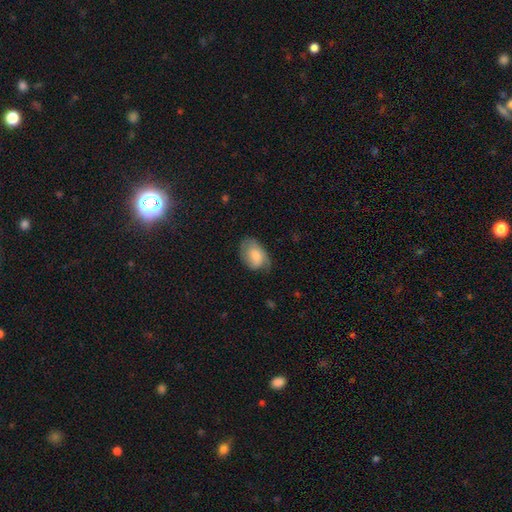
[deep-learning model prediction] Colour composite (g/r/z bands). It shows a smooth galaxy with no disk features (66%) that is in between round and cigar-shaped (85%). Merging: none (56%).